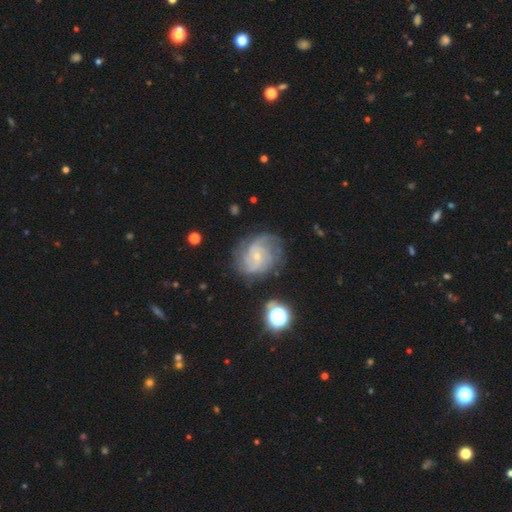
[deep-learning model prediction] smooth_or_featured: featured or disk (p=0.79) [alt: smooth p=0.12]
disk_edge_on: no (p=0.98) [alt: yes p=0.02]
bar: no (p=0.68) [alt: weak p=0.28]
has_spiral_arms: yes (p=0.93) [alt: no p=0.07]
spiral_winding: tight (p=0.44) [alt: medium p=0.42]
spiral_arm_count: can't tell (p=0.33) [alt: 2 p=0.27]
bulge_size: small (p=0.78) [alt: moderate p=0.17]
merging: none (p=0.66) [alt: minor disturbance p=0.21]